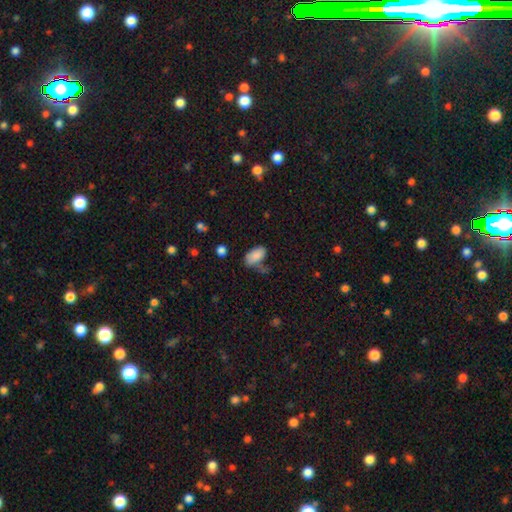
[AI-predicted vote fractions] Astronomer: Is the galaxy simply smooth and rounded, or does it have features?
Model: smooth — 84%.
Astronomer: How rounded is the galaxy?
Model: in between — 94%.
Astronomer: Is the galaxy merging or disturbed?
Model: none — 50% (runner-up: minor disturbance, 26%).